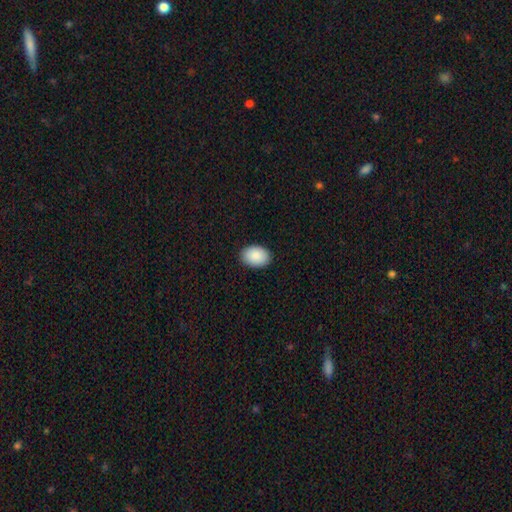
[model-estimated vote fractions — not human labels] A smooth galaxy with no disk features (91%) that is in between round and cigar-shaped (83%).

Vote fractions:
- Smooth or featured? smooth: 91% / star or artifact: 6% / featured or disk: 3%
- How rounded? in between: 83% / round: 16% / cigar-shaped: 1%
- Merging? none: 90% / minor disturbance: 8% / major disturbance: 2% / merger: 1%